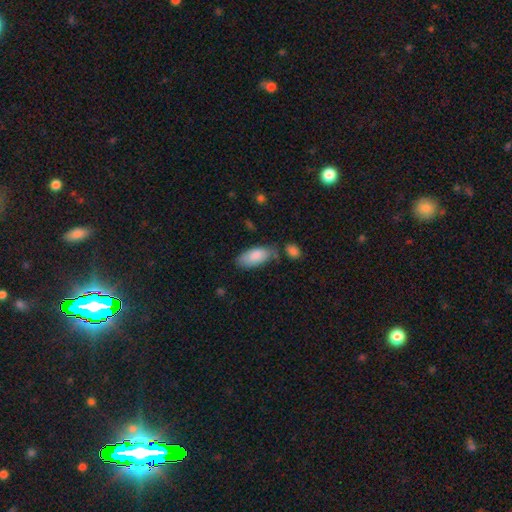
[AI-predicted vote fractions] Smooth or featured? Predicted: smooth (p=0.86). How rounded? Predicted: in between (p=0.90). Merging? Predicted: none (p=0.63).